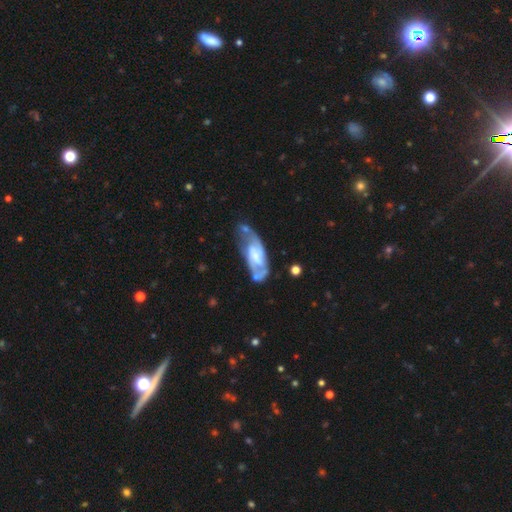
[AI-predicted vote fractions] Smooth or featured?
  - featured or disk: 76% *
  - smooth: 18%
  - star or artifact: 5%
Edge-on disk?
  - no: 93% *
  - yes: 7%
Bar?
  - weak: 42% *
  - no: 41%
  - strong: 17%
Spiral arms?
  - yes: 89% *
  - no: 11%
Spiral winding?
  - medium: 47% *
  - tight: 32%
  - loose: 21%
Spiral arm count?
  - 2: 70% *
  - can't tell: 16%
  - 1: 6%
  - 3: 5%
  - 4: 1%
  - more than 4: 1%
Bulge size?
  - small: 42% *
  - moderate: 26%
  - none: 23%
  - large: 8%
  - dominant: 2%
Merging?
  - none: 48% *
  - minor disturbance: 25%
  - major disturbance: 17%
  - merger: 10%